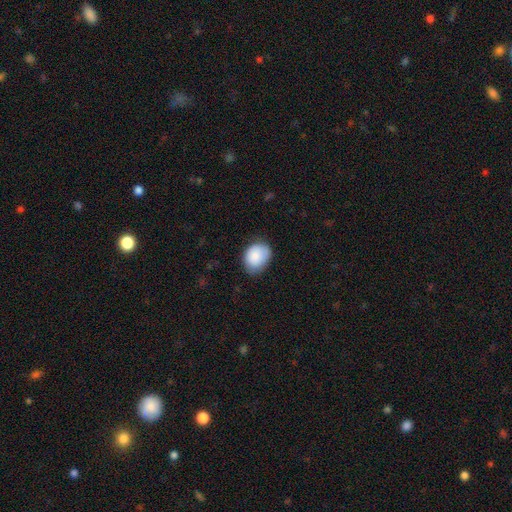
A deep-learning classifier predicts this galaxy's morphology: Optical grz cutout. It shows a smooth galaxy with no disk features (85%) that is in between round and cigar-shaped (61%). Merging: none (66%).